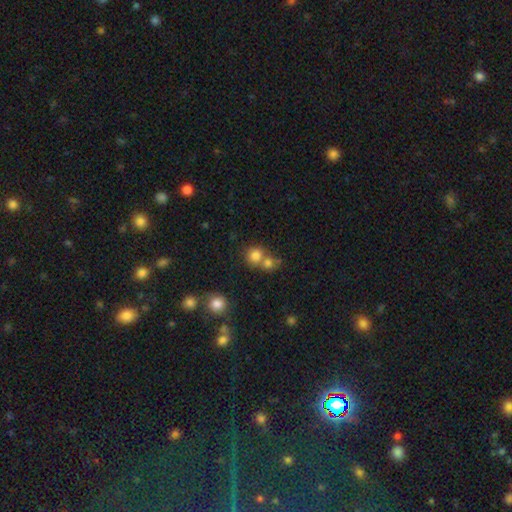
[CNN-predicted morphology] type=smooth (79%); roundness=round (86%); merging=none (49%).